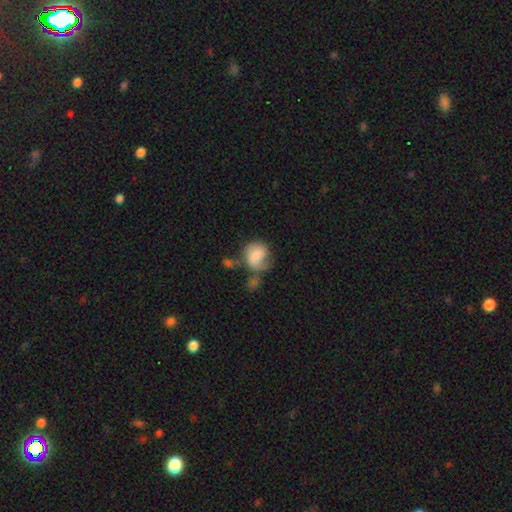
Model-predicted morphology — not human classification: type=smooth (67%); roundness=round (60%); merging=none (30%).